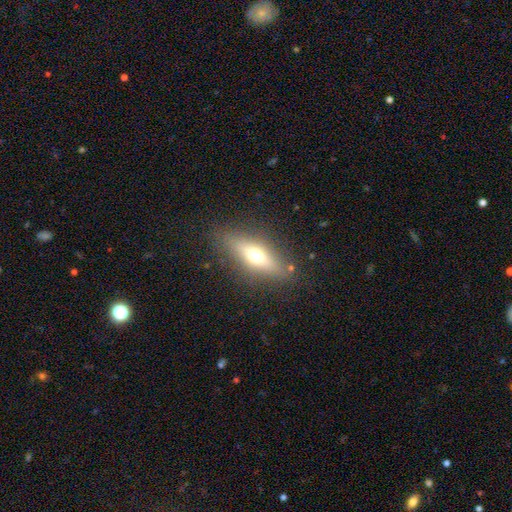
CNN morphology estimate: The model was most divided on "smooth or featured": smooth: 50%, featured or disk: 41%, star or artifact: 9%. More confident: merging — none (84%).